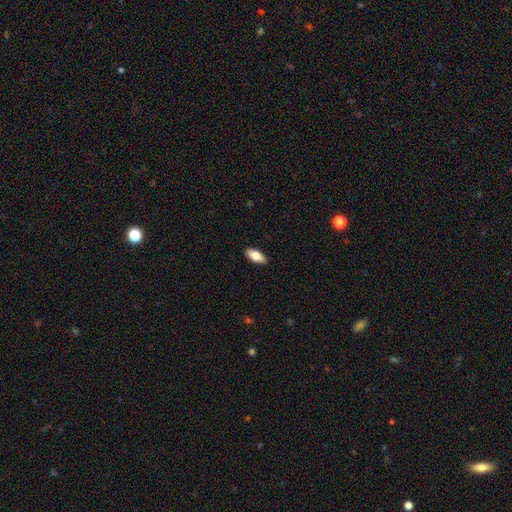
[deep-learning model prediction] Morphology: type=smooth (75%); roundness=in between (86%); merging=none (89%).